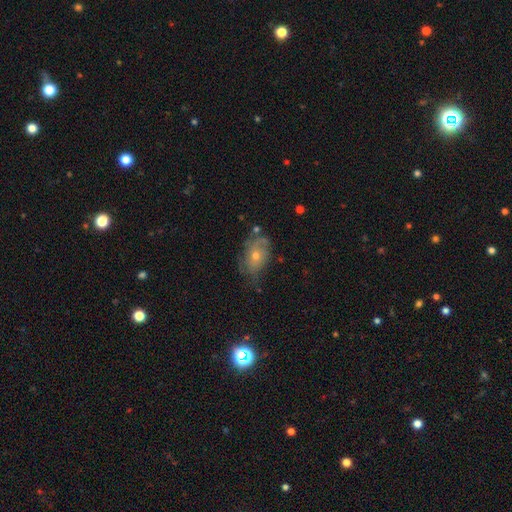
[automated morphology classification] type=featured or disk (55%); edge-on=no (92%); bar=no (83%); spiral arms=yes (66%); bulge=moderate (49%); merging=none (59%).